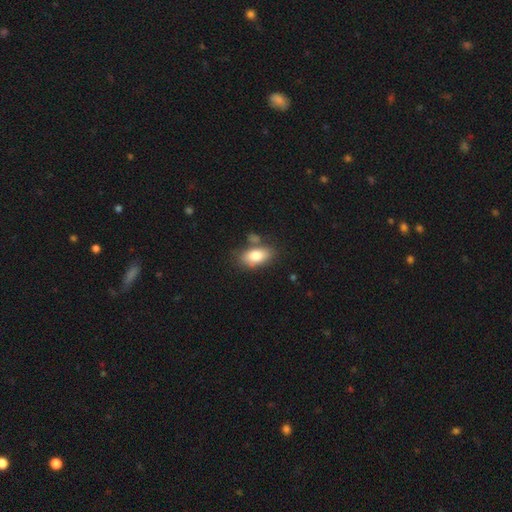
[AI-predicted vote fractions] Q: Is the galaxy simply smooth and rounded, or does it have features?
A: smooth — 80%.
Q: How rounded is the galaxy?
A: in between — 90%.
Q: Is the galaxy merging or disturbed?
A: none — 63%.